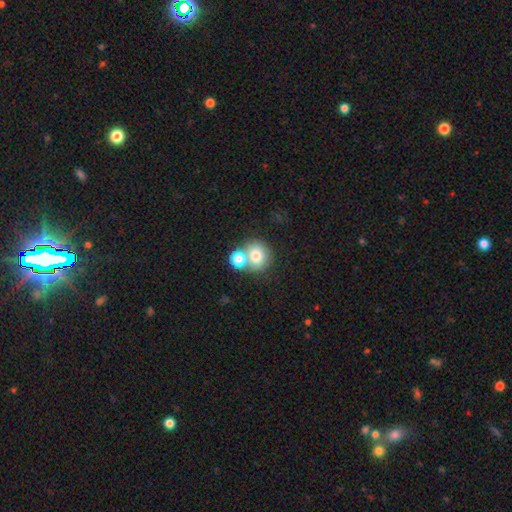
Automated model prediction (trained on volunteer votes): smooth-or-featured: smooth: 75% | featured or disk: 13% | star or artifact: 11%
  how-rounded: round: 82% | in between: 17% | cigar-shaped: 1%
  merging: none: 46% | merger: 43% | minor disturbance: 7% | major disturbance: 3%